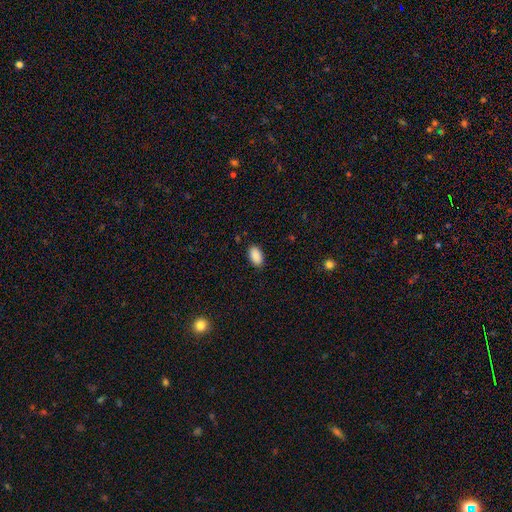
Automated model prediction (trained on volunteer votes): This is clearly a smooth galaxy (90%). How rounded: clearly in between (94%). Merging: clearly none (88%).